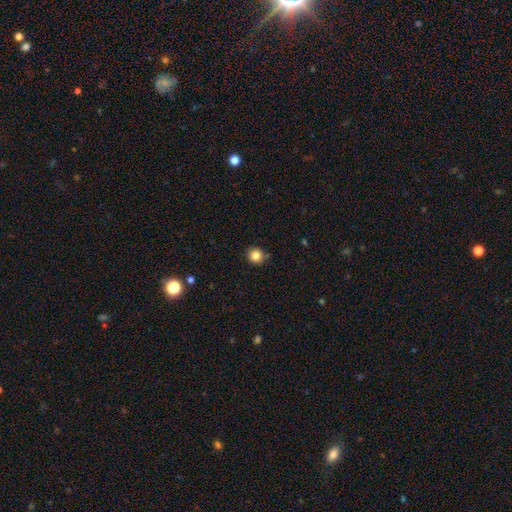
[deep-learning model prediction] smooth 82%, star or artifact 12%, featured or disk 6%. Down the decision tree: how rounded — round (88%); merging — none (85%).